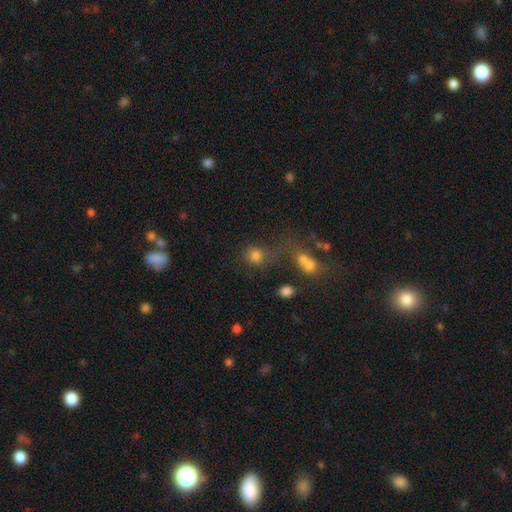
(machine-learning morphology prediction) The model was most divided on "merging": none: 53%, merger: 21%, minor disturbance: 14%, major disturbance: 11%. More confident: how rounded — round (80%); smooth or featured — smooth (76%).